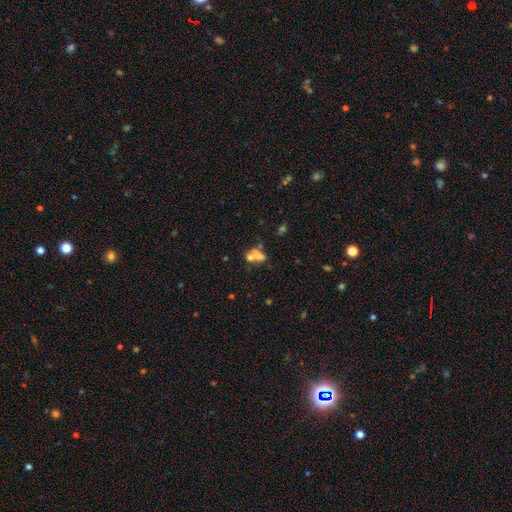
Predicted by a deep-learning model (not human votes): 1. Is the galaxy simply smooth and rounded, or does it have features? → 58% smooth, 24% featured or disk, 18% star or artifact.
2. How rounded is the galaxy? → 63% in between, 23% round, 14% cigar-shaped.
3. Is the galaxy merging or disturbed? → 47% merger, 31% none, 11% minor disturbance, 11% major disturbance.